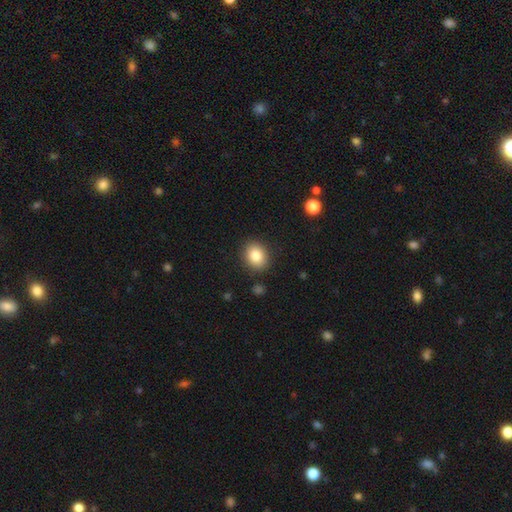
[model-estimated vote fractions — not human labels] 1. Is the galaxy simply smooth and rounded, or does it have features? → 84% smooth, 9% star or artifact, 7% featured or disk.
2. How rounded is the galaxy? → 58% round, 41% in between, 1% cigar-shaped.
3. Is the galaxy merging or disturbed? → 88% none, 8% minor disturbance, 2% major disturbance, 2% merger.